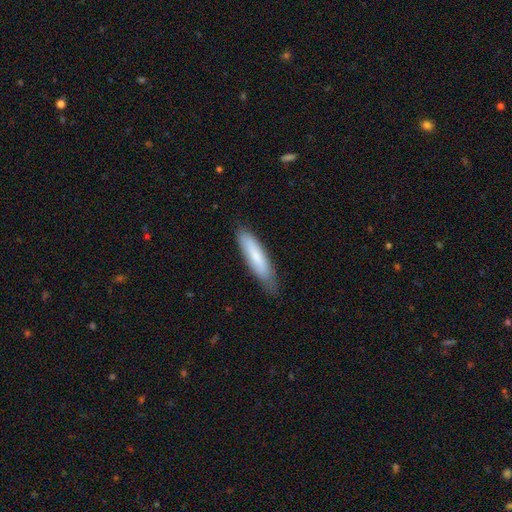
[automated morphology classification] smooth-or-featured: smooth: 75% | featured or disk: 19% | star or artifact: 6%
  how-rounded: cigar-shaped: 77% | in between: 22% | round: 1%
  merging: none: 75% | minor disturbance: 20% | major disturbance: 3% | merger: 1%